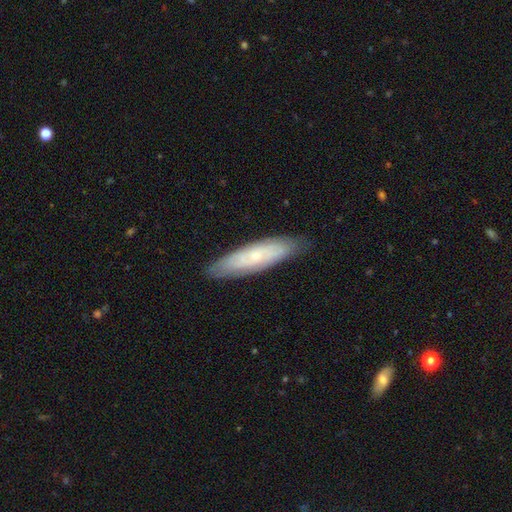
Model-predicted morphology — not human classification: Smooth or featured? Predicted: featured or disk (p=0.50). Edge-on disk? Predicted: no (p=0.61). Merging? Predicted: none (p=0.84).